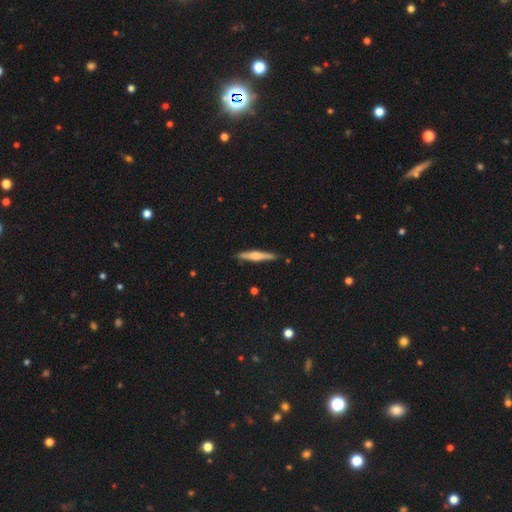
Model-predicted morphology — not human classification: A featured or disk galaxy (59%) viewed edge-on (97%) with a rounded central bulge (83%). Merging: none (88%).